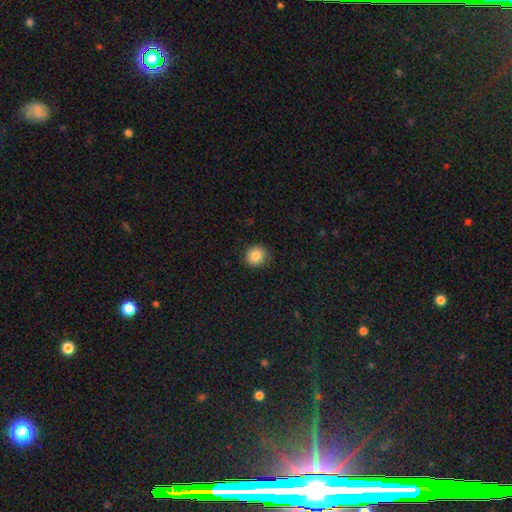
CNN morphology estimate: type=smooth (85%); roundness=round (88%); merging=none (90%).